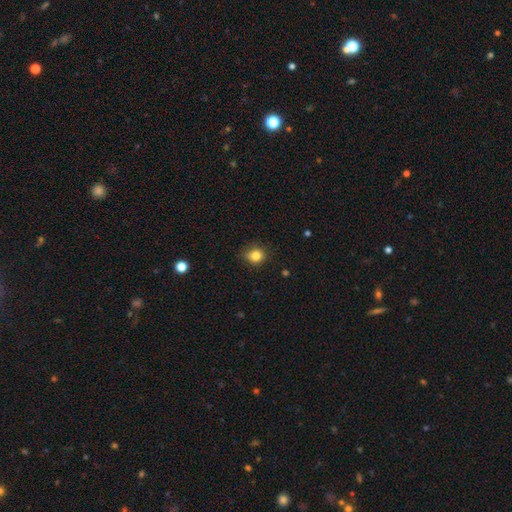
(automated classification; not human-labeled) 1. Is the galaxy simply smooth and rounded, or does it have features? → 83% smooth, 12% star or artifact, 6% featured or disk.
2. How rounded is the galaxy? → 79% round, 20% in between, 1% cigar-shaped.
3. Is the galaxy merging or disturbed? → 75% none, 20% minor disturbance, 4% major disturbance, 1% merger.